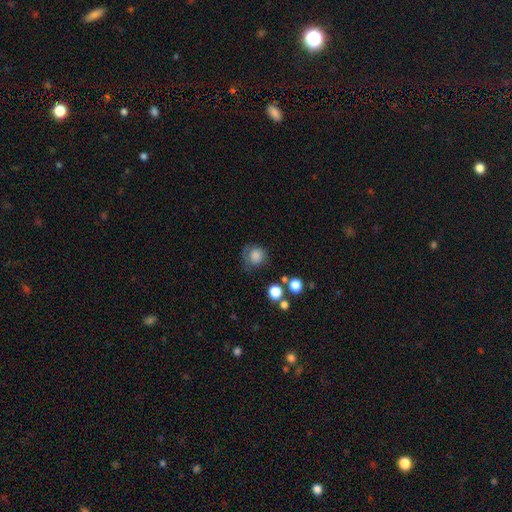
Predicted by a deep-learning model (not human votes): smooth-or-featured: smooth: 79% | featured or disk: 11% | star or artifact: 10%
  how-rounded: round: 84% | in between: 15% | cigar-shaped: 1%
  merging: none: 57% | minor disturbance: 24% | major disturbance: 15% | merger: 4%